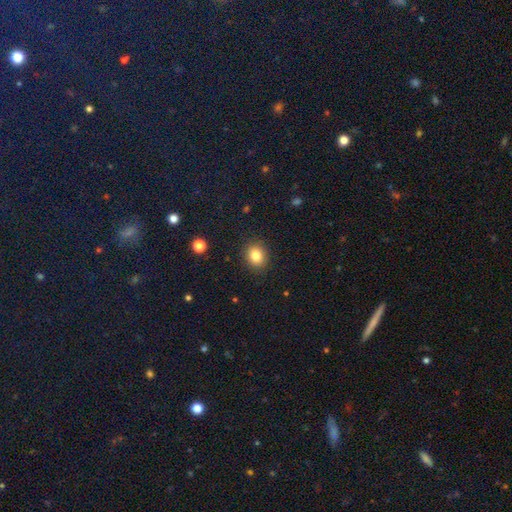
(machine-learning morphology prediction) Smooth or featured? smooth (82%)
How rounded? round (64%)
Merging? none (90%)